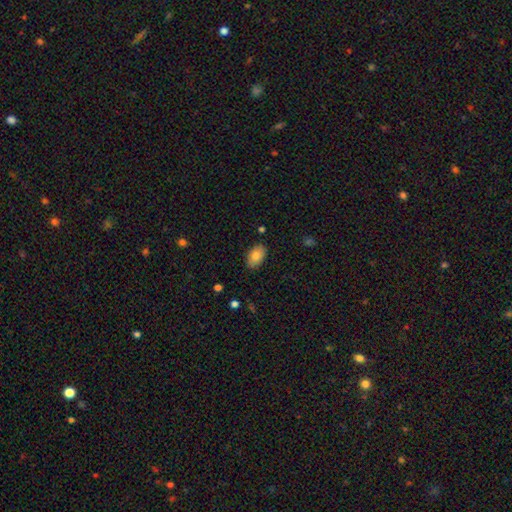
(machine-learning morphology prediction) Smooth or featured? smooth (81%)
How rounded? in between (93%)
Merging? none (86%)